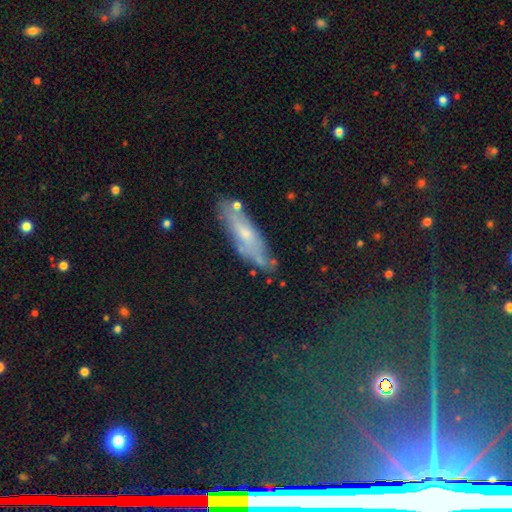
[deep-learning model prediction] A featured or disk galaxy (44%).

Vote fractions:
- Smooth or featured? featured or disk: 44% / smooth: 38% / star or artifact: 18%
- Merging? none: 76% / minor disturbance: 16% / major disturbance: 4% / merger: 3%